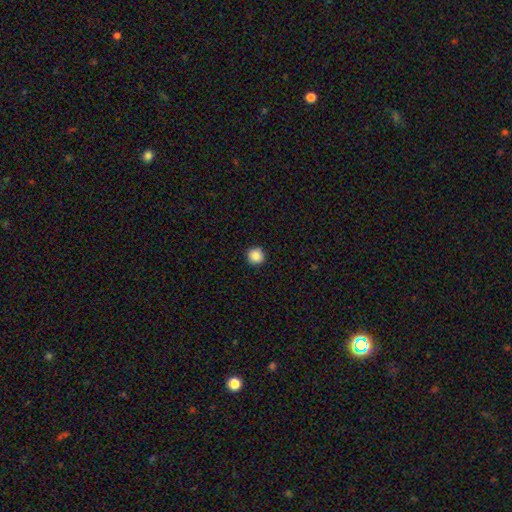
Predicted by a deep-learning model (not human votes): A smooth galaxy with no disk features (88%) that is round (95%).

Vote fractions:
- Smooth or featured? smooth: 88% / star or artifact: 9% / featured or disk: 3%
- How rounded? round: 95% / in between: 4% / cigar-shaped: 1%
- Merging? none: 93% / minor disturbance: 5% / major disturbance: 2% / merger: 1%